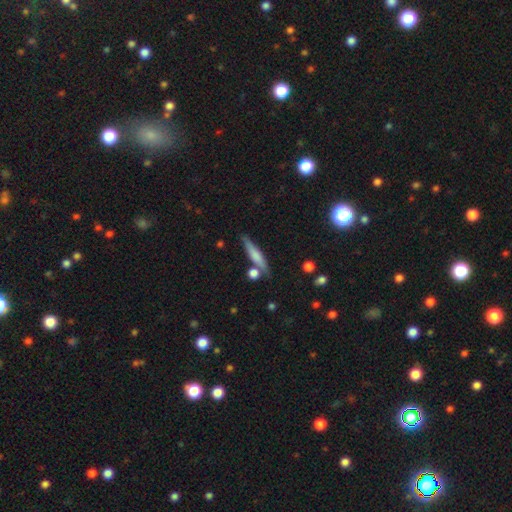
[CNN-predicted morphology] Smooth or featured?
  - smooth: 60% *
  - featured or disk: 33%
  - star or artifact: 7%
How rounded?
  - cigar-shaped: 85% *
  - in between: 12%
  - round: 3%
Merging?
  - none: 73% *
  - minor disturbance: 13%
  - merger: 10%
  - major disturbance: 3%